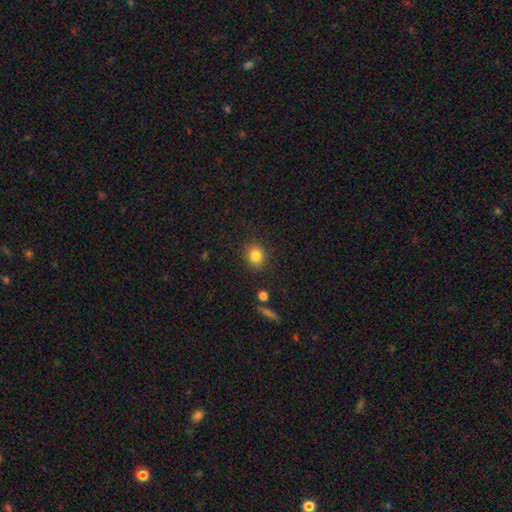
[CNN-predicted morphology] This appears to be a smooth galaxy with no disk features (84%) that is round (78%). Merging: none (88%).